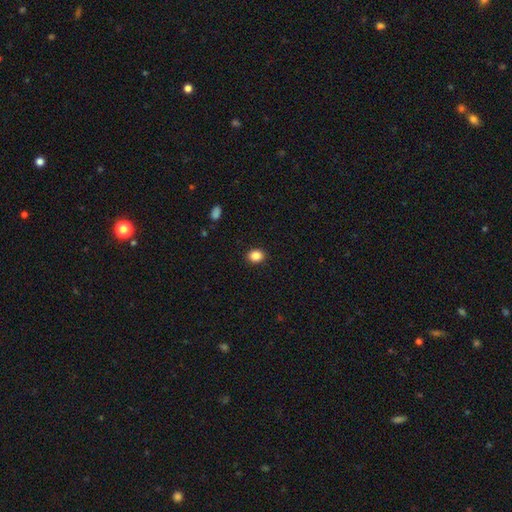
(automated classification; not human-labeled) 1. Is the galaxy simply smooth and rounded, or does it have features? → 86% smooth, 10% star or artifact, 4% featured or disk.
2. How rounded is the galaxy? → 60% round, 39% in between, 1% cigar-shaped.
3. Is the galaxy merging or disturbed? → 91% none, 6% minor disturbance, 2% major disturbance, 1% merger.